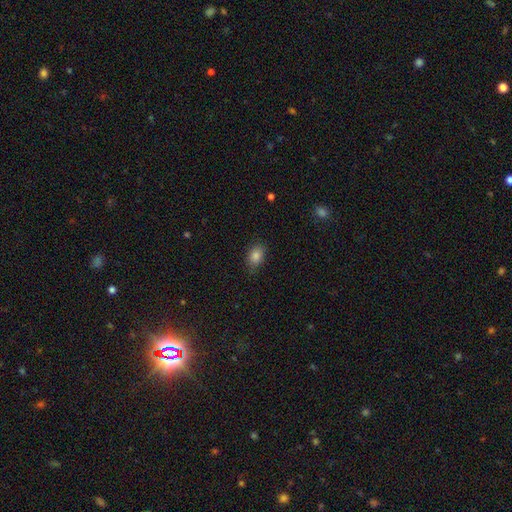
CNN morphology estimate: This appears to be a smooth galaxy with no disk features (85%) that is in between round and cigar-shaped (81%). Merging: none (82%).